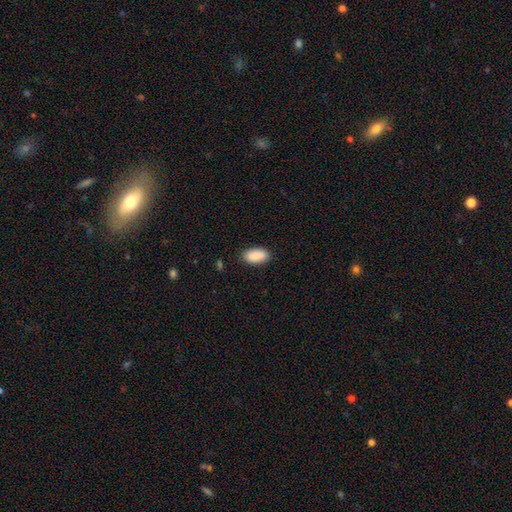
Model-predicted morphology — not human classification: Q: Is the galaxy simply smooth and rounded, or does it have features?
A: smooth — 90%.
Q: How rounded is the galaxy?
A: in between — 93%.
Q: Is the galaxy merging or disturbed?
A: none — 86%.